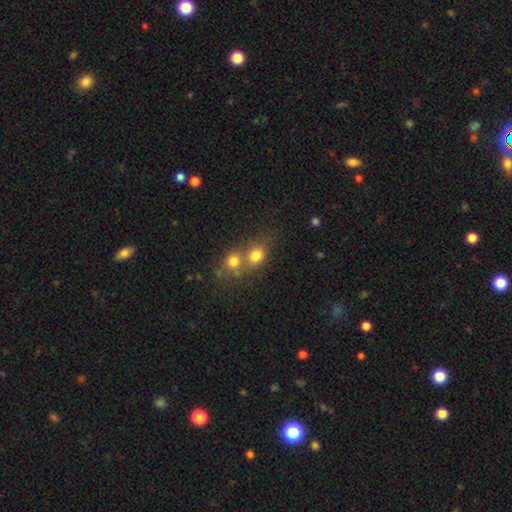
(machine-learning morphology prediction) smooth 77%, star or artifact 12%, featured or disk 11%. Down the decision tree: how rounded — round (72%); merging — merger (52%).